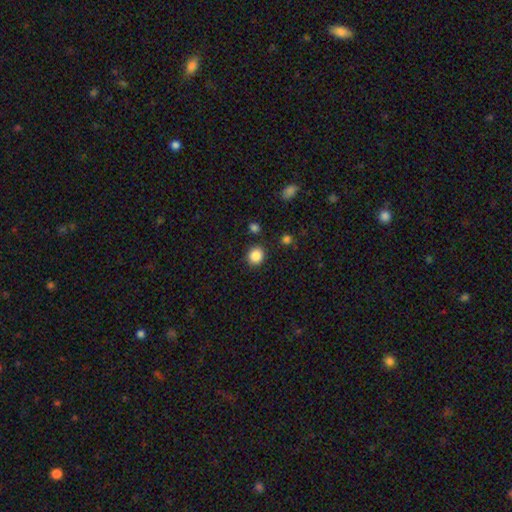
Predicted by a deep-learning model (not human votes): A smooth galaxy with no disk features (86%) that is round (80%). Merging: none (87%).